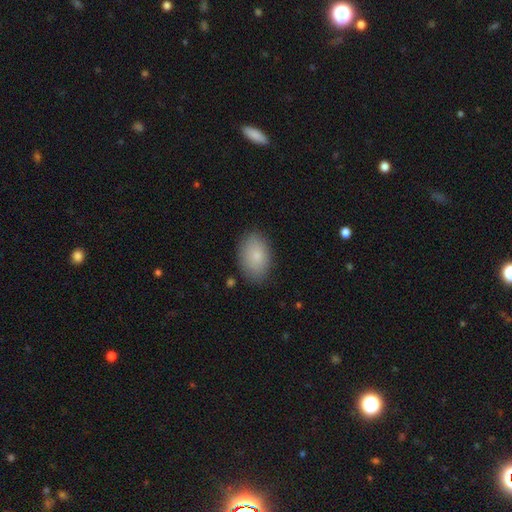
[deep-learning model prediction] Morphology: type=smooth (85%); roundness=in between (88%); merging=none (84%).